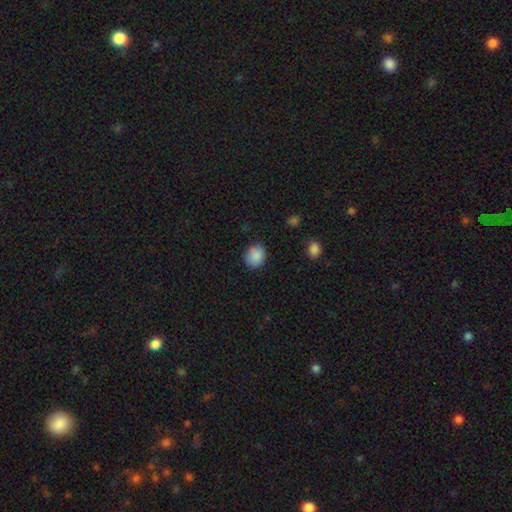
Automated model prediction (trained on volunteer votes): This is clearly a smooth galaxy (88%). How rounded: likely round (67%). Merging: clearly none (82%).